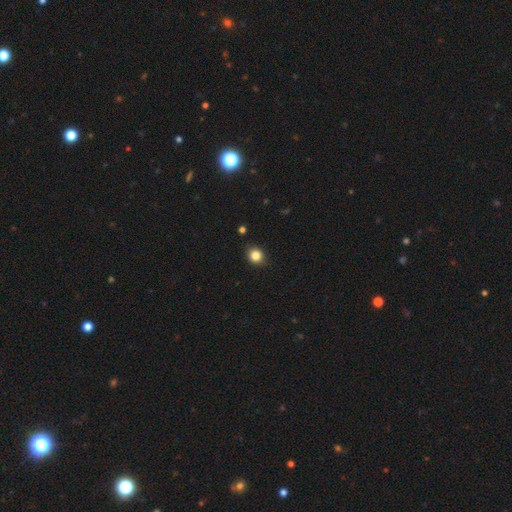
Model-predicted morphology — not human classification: Q: Smooth or featured?
A: smooth (84%); runner-up: star or artifact (11%)
Q: How rounded?
A: round (74%); runner-up: in between (25%)
Q: Merging?
A: none (87%); runner-up: minor disturbance (9%)